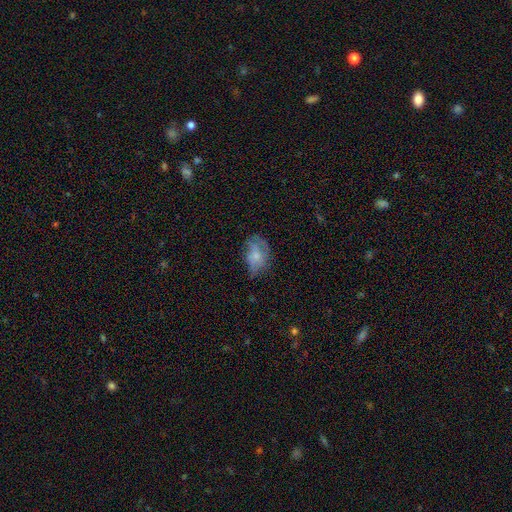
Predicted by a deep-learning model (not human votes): smooth-or-featured: smooth: 55% | featured or disk: 35% | star or artifact: 10%
  how-rounded: in between: 81% | round: 17% | cigar-shaped: 2%
  merging: none: 46% | minor disturbance: 32% | major disturbance: 20% | merger: 2%